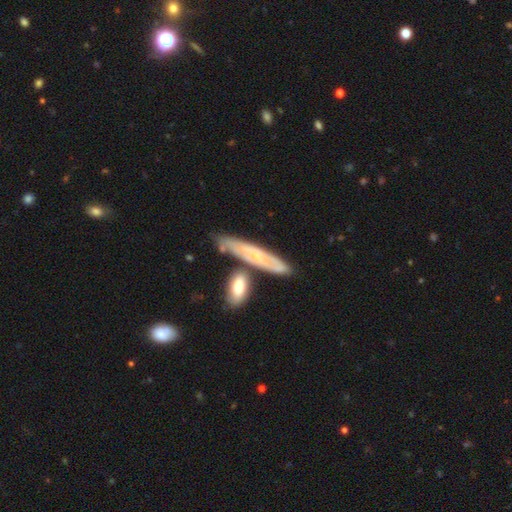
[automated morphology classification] Overall: featured or disk (56%; smooth 38%). Edge-on disk: yes (56%; no 44%). Merging: none (66%).